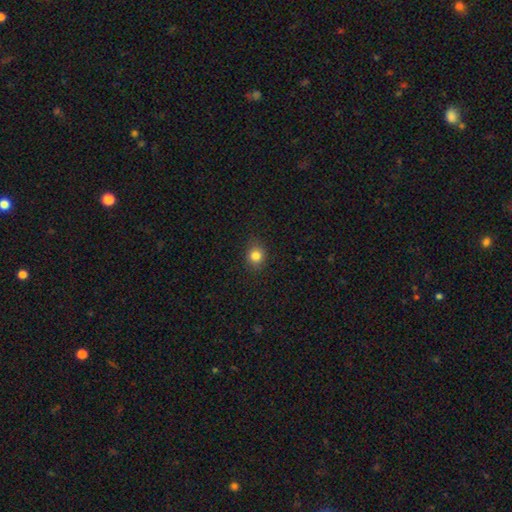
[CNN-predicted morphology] This is clearly a smooth galaxy (81%). How rounded: likely round (71%). Merging: clearly none (87%).